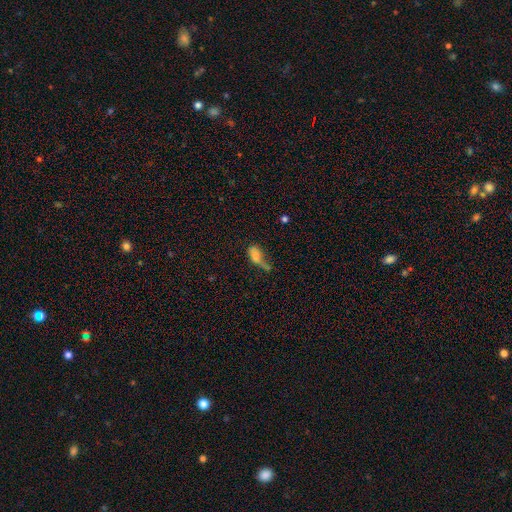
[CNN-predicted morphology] Smooth or featured?
  - smooth: 67% *
  - featured or disk: 21%
  - star or artifact: 12%
How rounded?
  - in between: 85% *
  - cigar-shaped: 8%
  - round: 7%
Merging?
  - major disturbance: 40% *
  - minor disturbance: 22%
  - none: 20%
  - merger: 18%